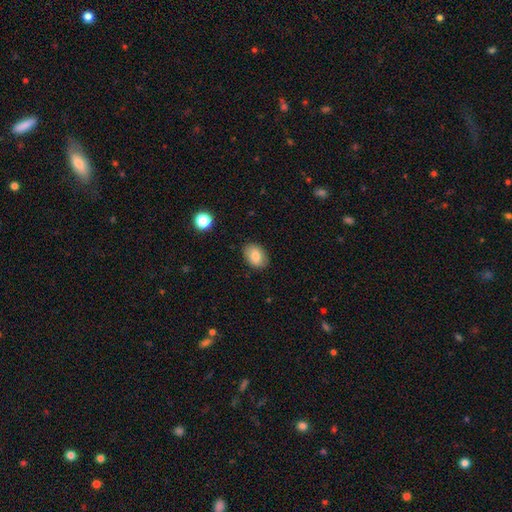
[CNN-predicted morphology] A smooth galaxy with no disk features (82%) that is in between round and cigar-shaped (79%).

Vote fractions:
- Smooth or featured? smooth: 82% / featured or disk: 10% / star or artifact: 8%
- How rounded? in between: 79% / round: 20% / cigar-shaped: 1%
- Merging? none: 85% / minor disturbance: 11% / major disturbance: 3% / merger: 1%